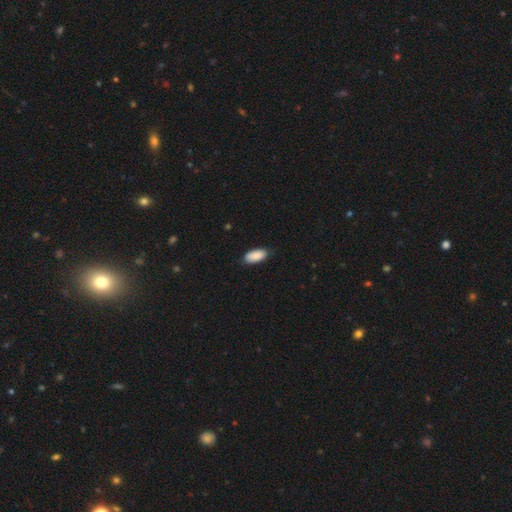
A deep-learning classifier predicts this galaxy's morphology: smooth-or-featured: smooth: 89% | star or artifact: 6% | featured or disk: 5%
  how-rounded: in between: 92% | cigar-shaped: 6% | round: 2%
  merging: none: 82% | minor disturbance: 15% | major disturbance: 2% | merger: 1%